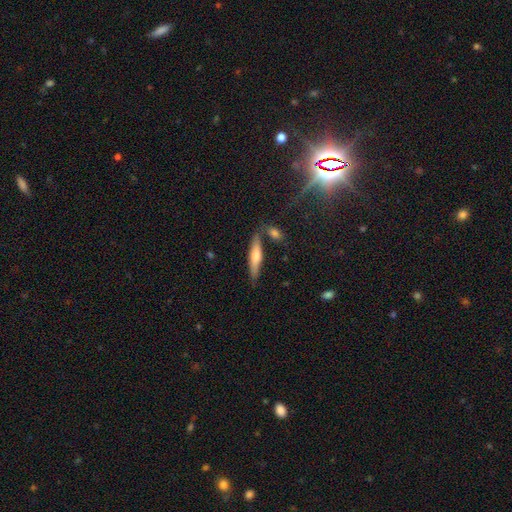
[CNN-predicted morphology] type=smooth (58%); roundness=cigar-shaped (79%); merging=none (74%).